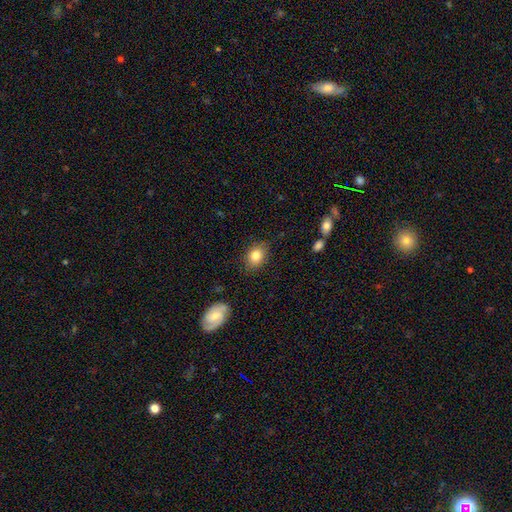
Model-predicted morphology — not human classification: This is clearly a smooth galaxy (84%). How rounded: likely in between (65%). Merging: clearly none (81%).